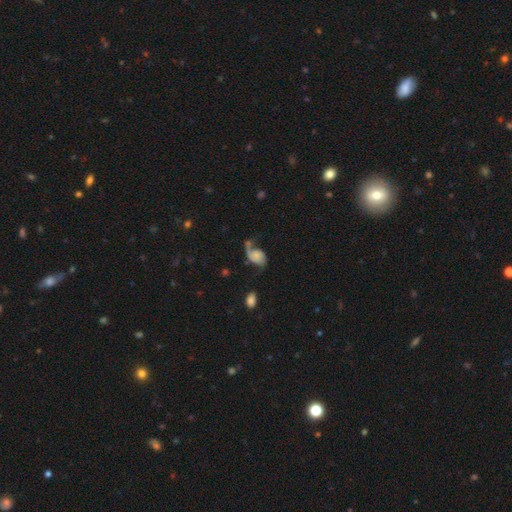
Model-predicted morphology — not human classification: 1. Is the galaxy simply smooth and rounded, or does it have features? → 54% featured or disk, 36% smooth, 10% star or artifact.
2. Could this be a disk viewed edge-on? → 97% no, 3% yes.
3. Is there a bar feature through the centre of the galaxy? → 75% no, 20% weak, 5% strong.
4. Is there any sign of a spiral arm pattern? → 85% yes, 15% no.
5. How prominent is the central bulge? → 55% none, 21% small, 9% moderate, 8% large, 6% dominant.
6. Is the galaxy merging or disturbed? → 33% none, 32% major disturbance, 21% minor disturbance, 13% merger.